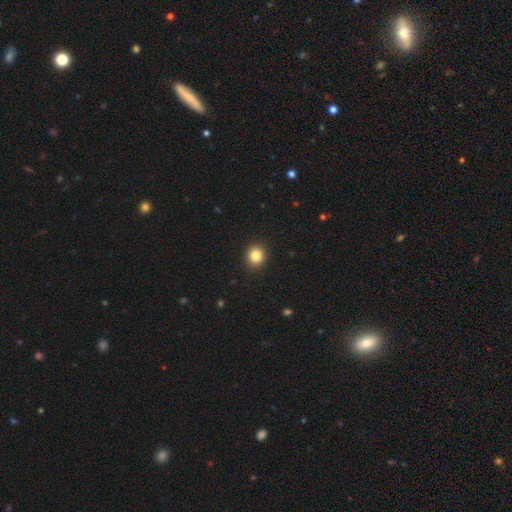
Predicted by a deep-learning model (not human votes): The model was most divided on "how rounded": round: 80%, in between: 20%, cigar-shaped: 1%. More confident: merging — none (92%); smooth or featured — smooth (84%).